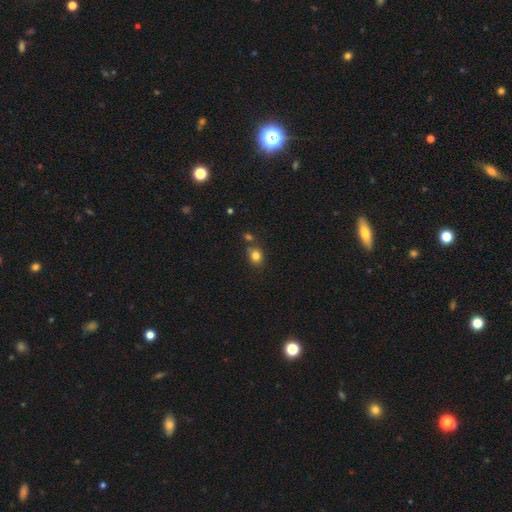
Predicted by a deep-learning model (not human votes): This is clearly a smooth galaxy (82%). How rounded: likely round (60%). Merging: likely none (67%).